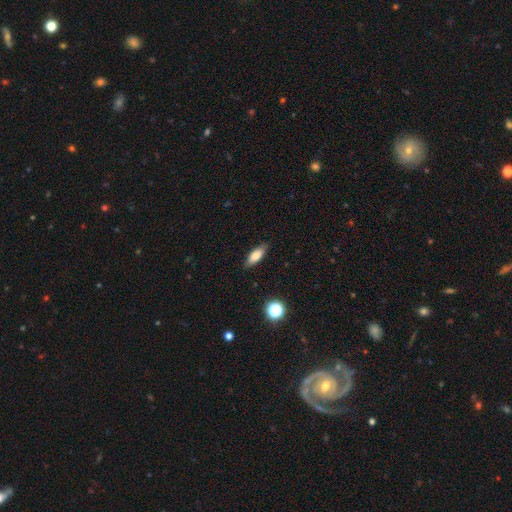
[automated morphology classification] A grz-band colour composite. It shows a smooth galaxy with no disk features (79%) that is in between round and cigar-shaped (70%). Merging: none (86%).